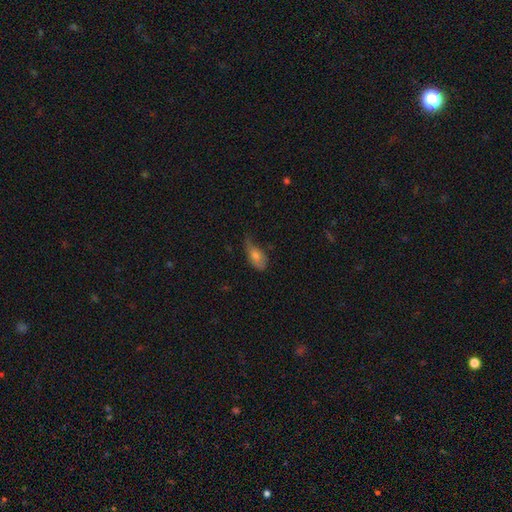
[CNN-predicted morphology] type=smooth (69%); roundness=in between (86%); merging=minor disturbance (42%).